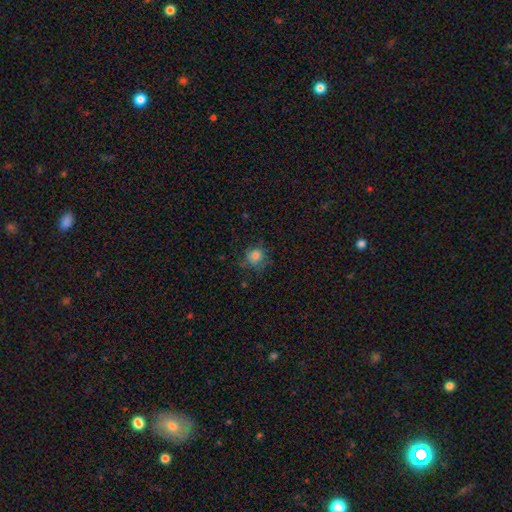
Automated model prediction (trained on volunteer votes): Q: Smooth or featured?
A: smooth (69%); runner-up: featured or disk (18%)
Q: How rounded?
A: round (87%); runner-up: in between (12%)
Q: Merging?
A: none (69%); runner-up: minor disturbance (20%)